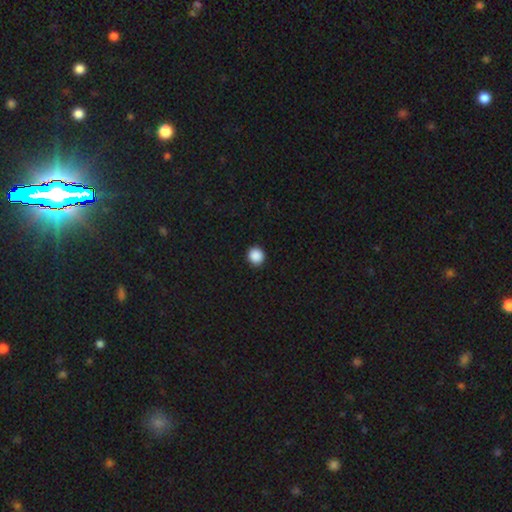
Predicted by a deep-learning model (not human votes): This is clearly a smooth galaxy (89%). How rounded: clearly round (90%). Merging: clearly none (93%).